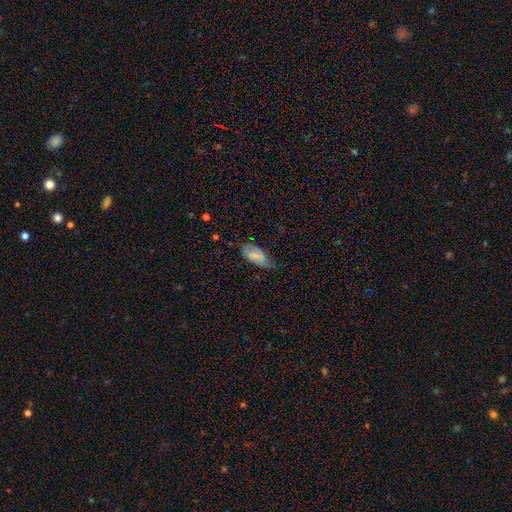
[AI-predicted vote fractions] smooth 72%, featured or disk 20%, star or artifact 8%. Down the decision tree: how rounded — in between (91%); merging — minor disturbance (43%).